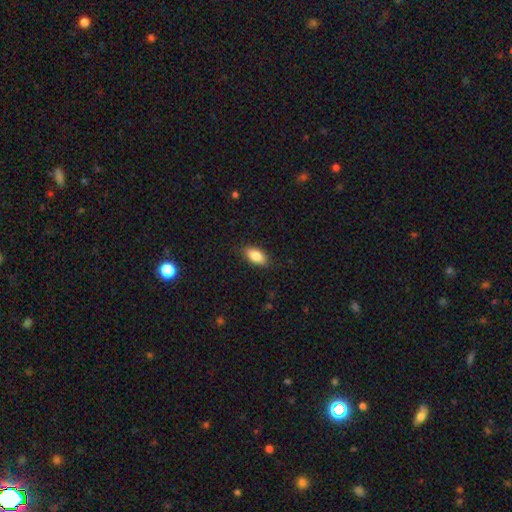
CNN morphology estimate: This is clearly a smooth galaxy (83%). How rounded: clearly in between (89%). Merging: clearly none (86%).